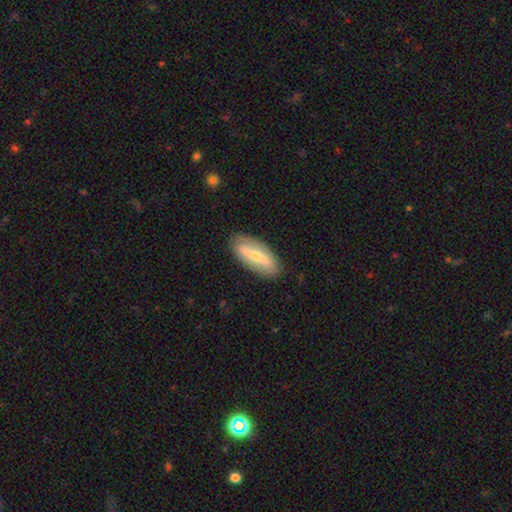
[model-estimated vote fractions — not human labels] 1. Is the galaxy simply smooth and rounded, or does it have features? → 50% featured or disk, 44% smooth, 6% star or artifact.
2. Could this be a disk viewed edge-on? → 71% no, 29% yes.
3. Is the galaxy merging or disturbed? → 84% none, 11% minor disturbance, 3% major disturbance, 2% merger.